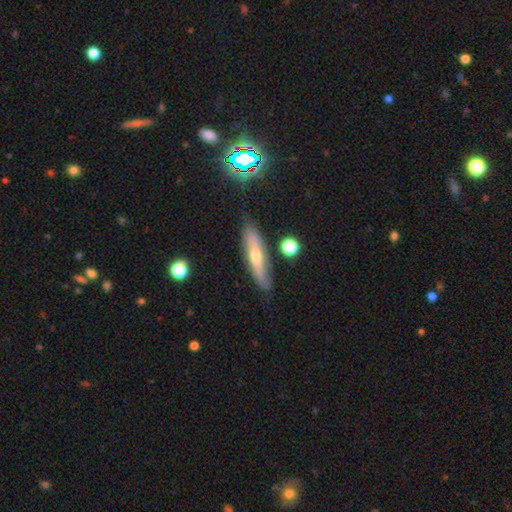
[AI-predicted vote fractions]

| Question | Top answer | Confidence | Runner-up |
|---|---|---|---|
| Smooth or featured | smooth | 47% | featured or disk (45%) |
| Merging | none | 78% | minor disturbance (16%) |